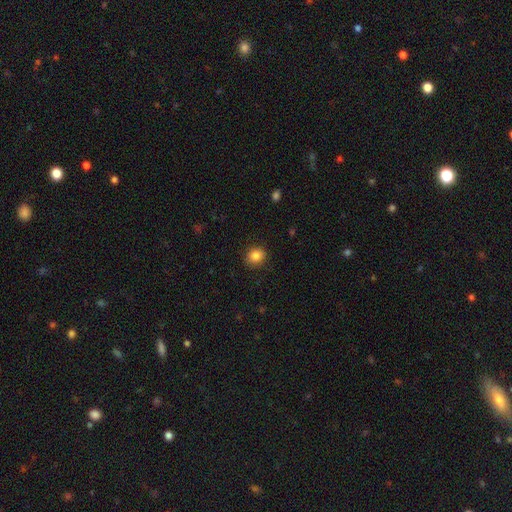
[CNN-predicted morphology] Q: Smooth or featured?
A: smooth (85%); runner-up: star or artifact (10%)
Q: How rounded?
A: round (78%); runner-up: in between (21%)
Q: Merging?
A: none (88%); runner-up: minor disturbance (8%)